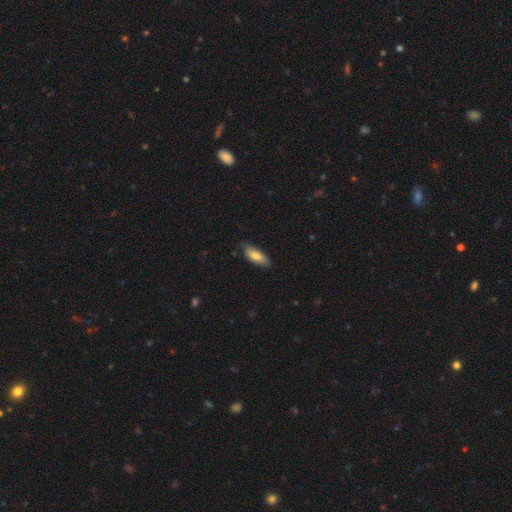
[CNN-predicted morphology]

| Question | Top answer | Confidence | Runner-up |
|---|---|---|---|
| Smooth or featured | smooth | 78% | featured or disk (16%) |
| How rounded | in between | 78% | cigar-shaped (20%) |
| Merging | none | 74% | minor disturbance (21%) |